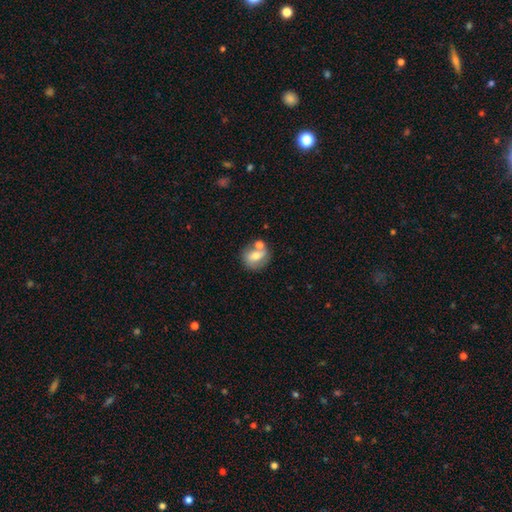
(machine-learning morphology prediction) A smooth galaxy with no disk features (60%) that is round (69%).

Vote fractions:
- Smooth or featured? smooth: 60% / featured or disk: 31% / star or artifact: 9%
- How rounded? round: 69% / in between: 29% / cigar-shaped: 2%
- Merging? none: 57% / merger: 24% / minor disturbance: 14% / major disturbance: 5%